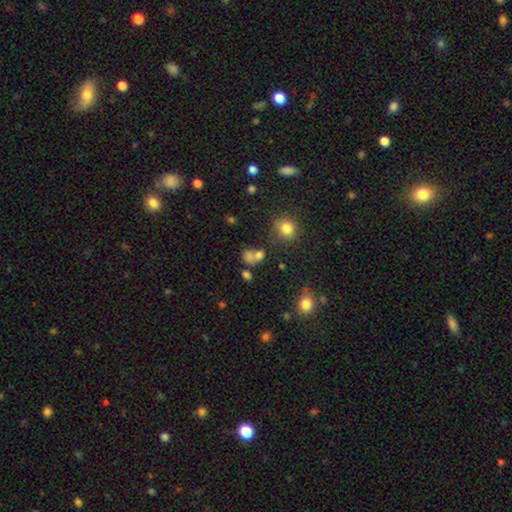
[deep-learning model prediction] Overall: smooth (70%). How rounded: round (54%; in between 44%). Merging: merger (42%; none 37%).